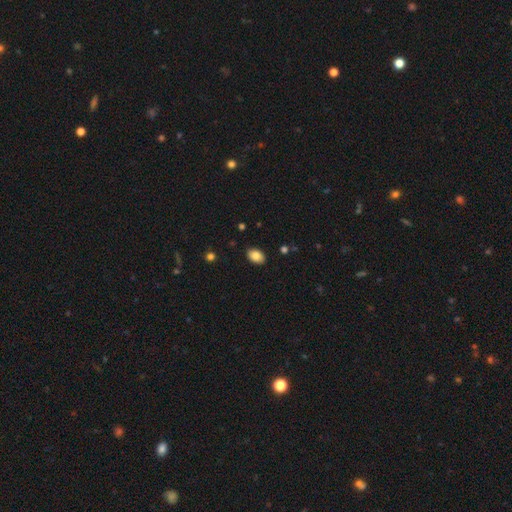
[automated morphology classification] Smooth or featured? smooth (84%)
How rounded? in between (85%)
Merging? none (89%)